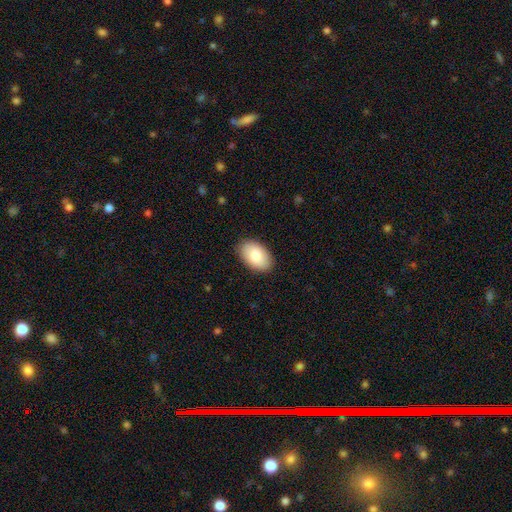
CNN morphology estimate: A smooth galaxy with no disk features (84%) that is in between round and cigar-shaped (93%).

Vote fractions:
- Smooth or featured? smooth: 84% / featured or disk: 10% / star or artifact: 6%
- How rounded? in between: 93% / round: 6% / cigar-shaped: 1%
- Merging? none: 88% / minor disturbance: 9% / major disturbance: 2% / merger: 1%